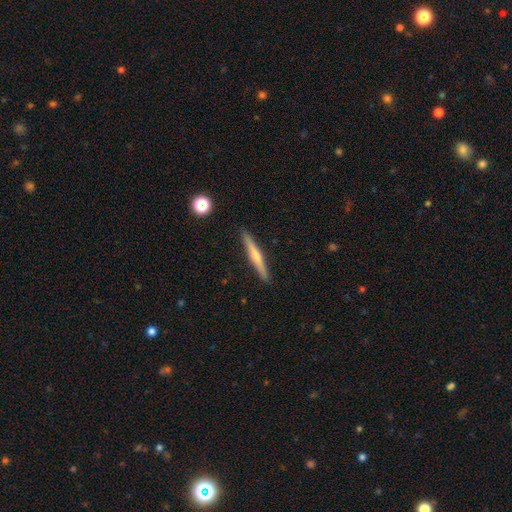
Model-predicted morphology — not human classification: featured or disk 49%, smooth 45%, star or artifact 6%. Down the decision tree: merging — none (91%).